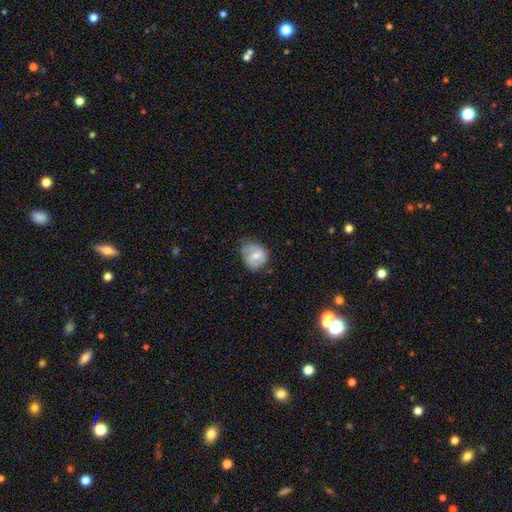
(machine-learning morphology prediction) smooth-or-featured: featured or disk: 51% | smooth: 42% | star or artifact: 7%
  disk-edge-on: no: 97% | yes: 3%
  merging: none: 56% | minor disturbance: 31% | major disturbance: 11% | merger: 2%